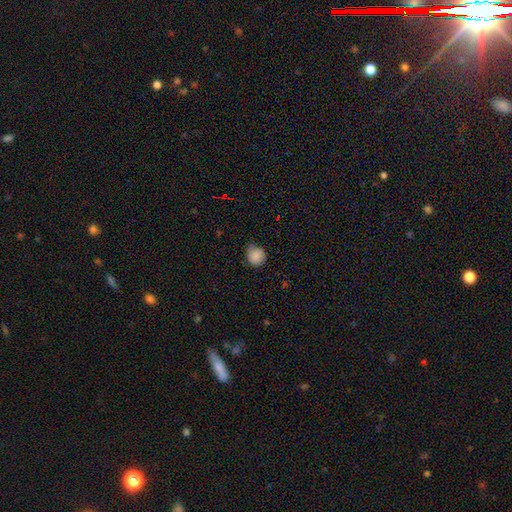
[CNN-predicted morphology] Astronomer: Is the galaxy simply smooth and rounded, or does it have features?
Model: smooth — 85%.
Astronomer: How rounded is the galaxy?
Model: round — 82%.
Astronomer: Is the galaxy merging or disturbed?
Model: none — 62%.